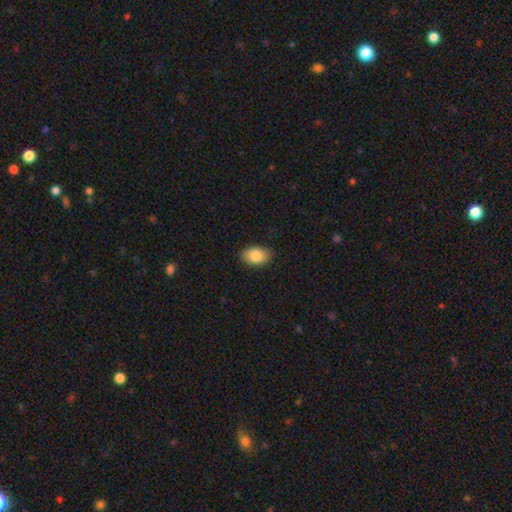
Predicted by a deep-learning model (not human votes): Q: Smooth or featured?
A: smooth (85%); runner-up: featured or disk (8%)
Q: How rounded?
A: in between (88%); runner-up: round (10%)
Q: Merging?
A: none (87%); runner-up: minor disturbance (10%)